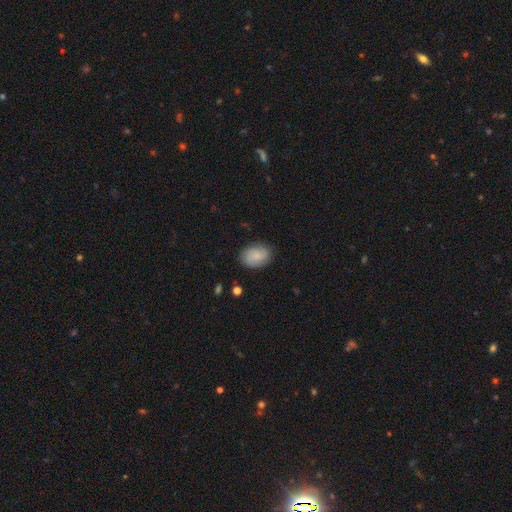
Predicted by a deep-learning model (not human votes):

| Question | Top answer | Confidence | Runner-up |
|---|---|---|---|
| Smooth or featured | smooth | 75% | featured or disk (18%) |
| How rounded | in between | 78% | round (20%) |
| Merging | none | 82% | minor disturbance (14%) |